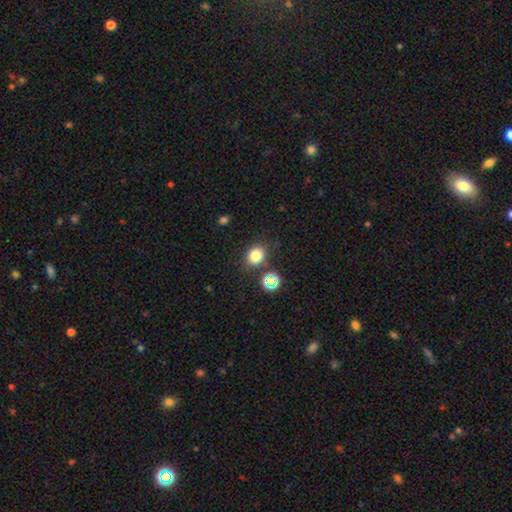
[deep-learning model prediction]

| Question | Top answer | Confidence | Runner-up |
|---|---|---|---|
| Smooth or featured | smooth | 77% | star or artifact (16%) |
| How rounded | round | 57% | in between (42%) |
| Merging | none | 79% | minor disturbance (10%) |